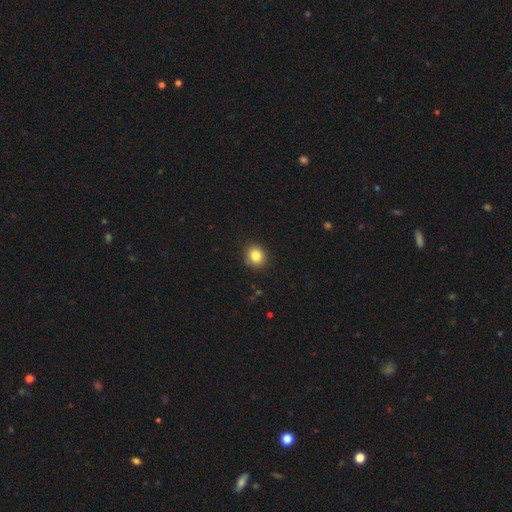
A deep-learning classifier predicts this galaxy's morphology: smooth_or_featured: smooth (p=0.82) [alt: star or artifact p=0.11]
how_rounded: round (p=0.78) [alt: in between p=0.21]
merging: none (p=0.87) [alt: minor disturbance p=0.09]